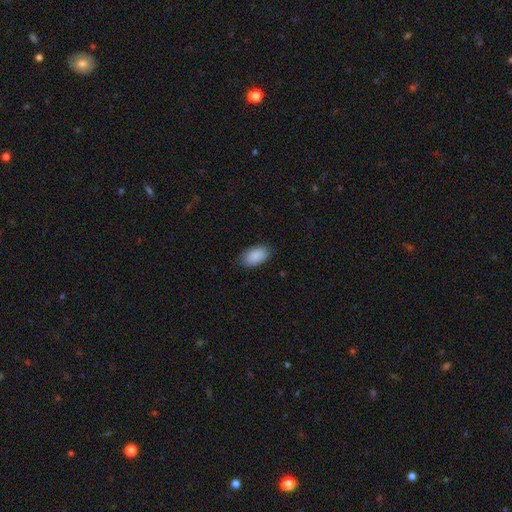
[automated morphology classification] A smooth galaxy with no disk features (90%) that is in between round and cigar-shaped (94%).

Vote fractions:
- Smooth or featured? smooth: 90% / star or artifact: 6% / featured or disk: 4%
- How rounded? in between: 94% / round: 4% / cigar-shaped: 2%
- Merging? none: 84% / minor disturbance: 13% / major disturbance: 3% / merger: 1%